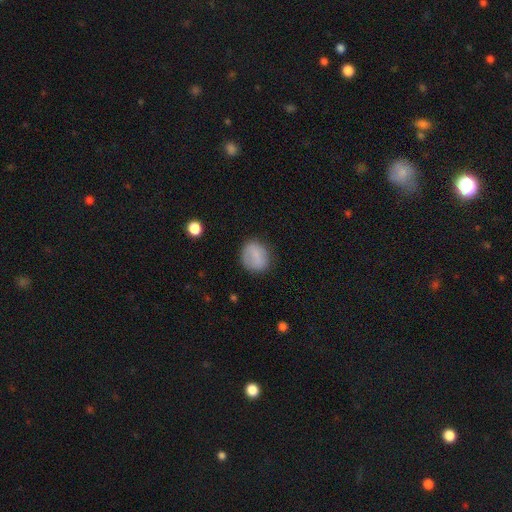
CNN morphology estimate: Smooth or featured? Predicted: smooth (p=0.74). How rounded? Predicted: round (p=0.71). Merging? Predicted: none (p=0.79).